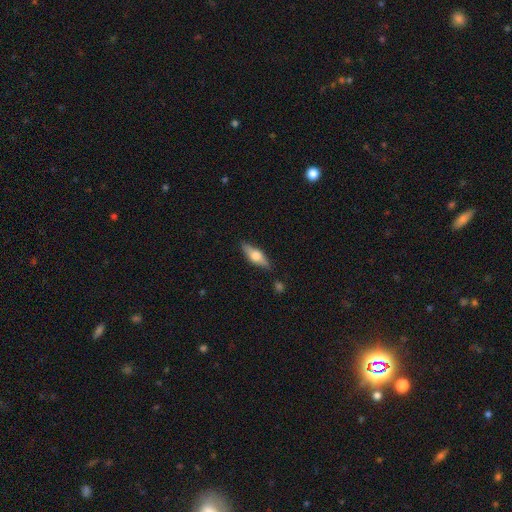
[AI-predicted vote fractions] Smooth or featured? smooth (48%)
Merging? none (83%)